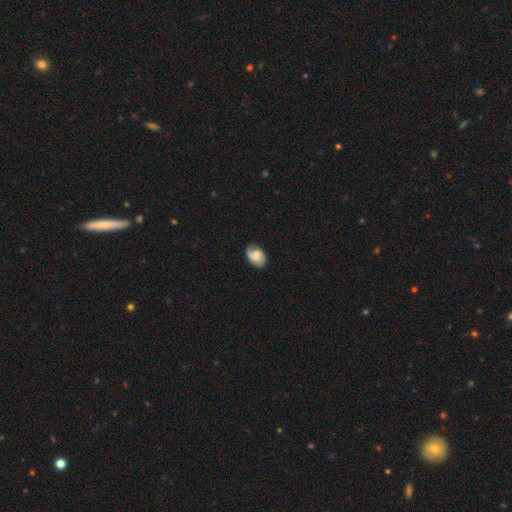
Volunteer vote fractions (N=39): A featured or disk galaxy (46%) with a weak bar (76%), 2 (67%) medium (53%) spiral arms (88%) and a moderate central bulge (47%, tied with none). Merging: none (63%).